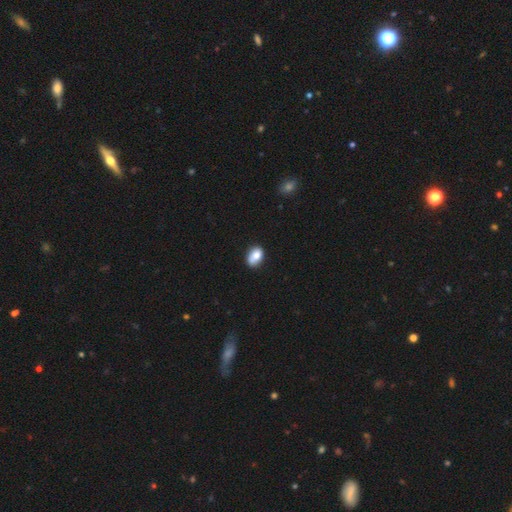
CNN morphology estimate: A smooth galaxy with no disk features (80%) that is in between round and cigar-shaped (85%).

Vote fractions:
- Smooth or featured? smooth: 80% / featured or disk: 12% / star or artifact: 8%
- How rounded? in between: 85% / round: 14% / cigar-shaped: 2%
- Merging? none: 69% / minor disturbance: 22% / major disturbance: 5% / merger: 5%